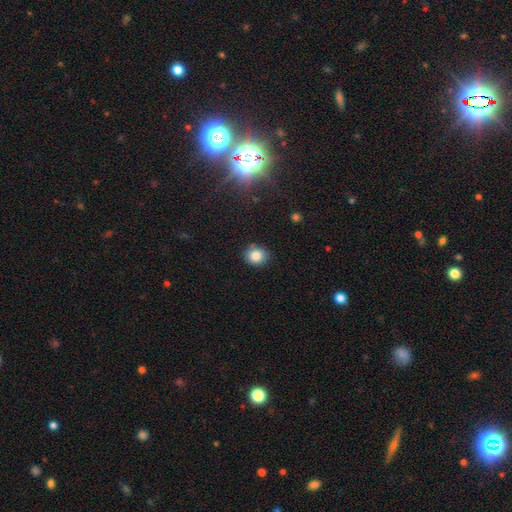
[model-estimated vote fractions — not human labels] This appears to be a smooth galaxy with no disk features (83%) that is round (75%). Merging: none (84%).